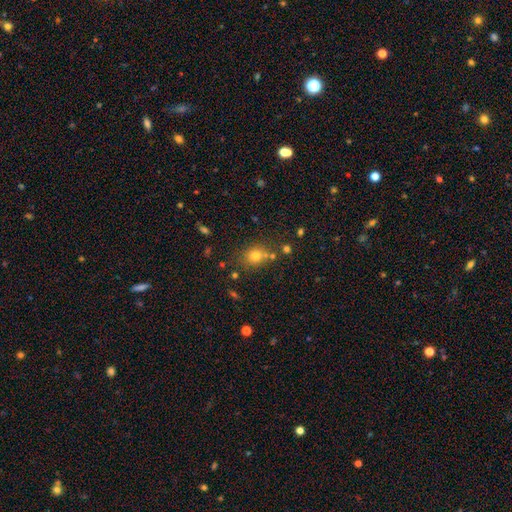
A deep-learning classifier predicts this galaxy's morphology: smooth_or_featured: smooth (p=0.72) [alt: star or artifact p=0.18]
how_rounded: round (p=0.69) [alt: in between p=0.30]
merging: none (p=0.71) [alt: minor disturbance p=0.13]